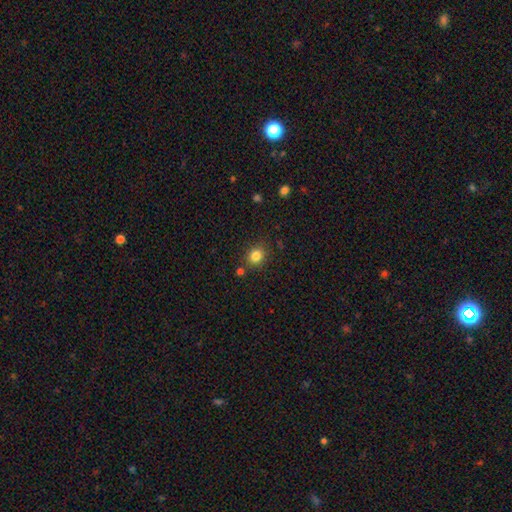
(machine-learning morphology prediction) This appears to be a smooth galaxy with no disk features (83%) that is round (68%). Merging: none (82%).